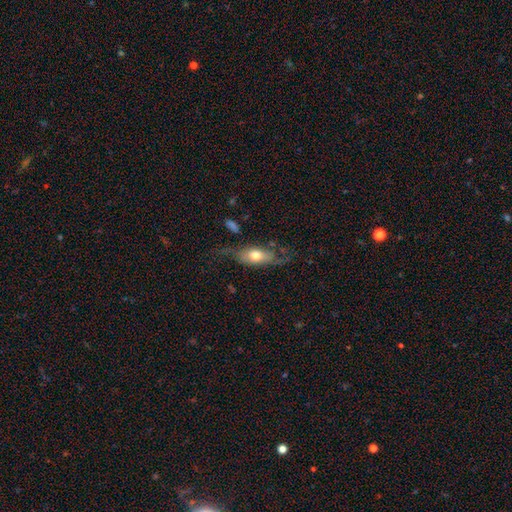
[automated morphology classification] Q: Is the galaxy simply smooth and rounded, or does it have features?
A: smooth — 51%.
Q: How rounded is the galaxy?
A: in between — 74%.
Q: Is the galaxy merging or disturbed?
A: none — 45%.